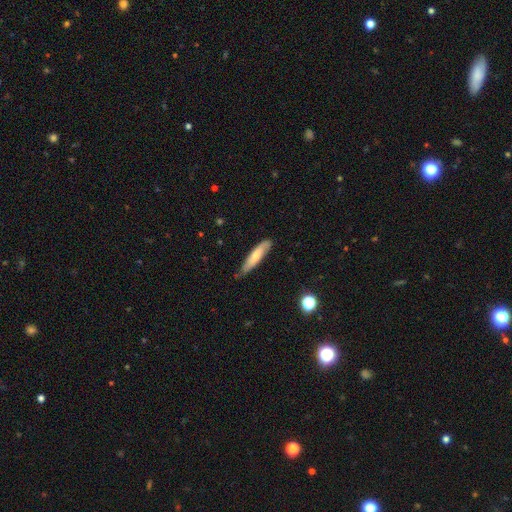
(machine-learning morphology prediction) This is likely a smooth galaxy (61%). How rounded: likely cigar-shaped (77%). Merging: likely none (67%).